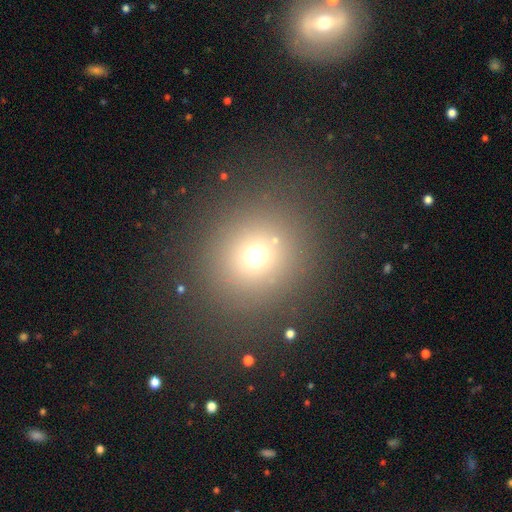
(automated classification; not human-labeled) Smooth or featured? smooth (67%)
How rounded? round (89%)
Merging? none (85%)